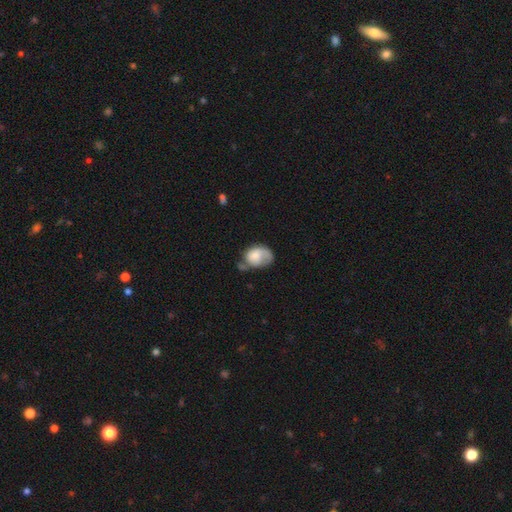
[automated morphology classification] type=smooth (68%); roundness=in between (75%); merging=minor disturbance (33%).